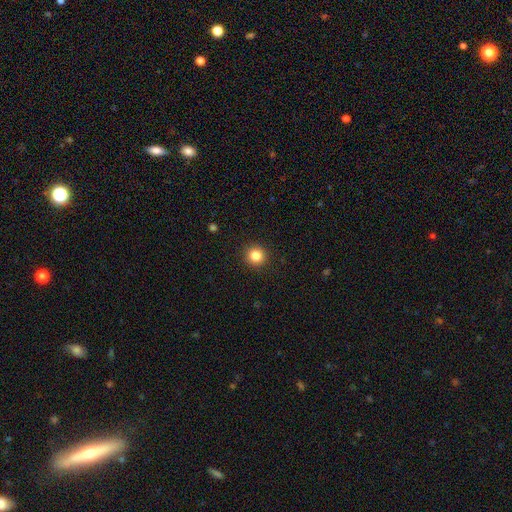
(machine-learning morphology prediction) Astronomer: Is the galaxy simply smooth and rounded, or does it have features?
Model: smooth — 84%.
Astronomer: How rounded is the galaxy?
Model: round — 95%.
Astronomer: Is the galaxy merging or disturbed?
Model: none — 92%.